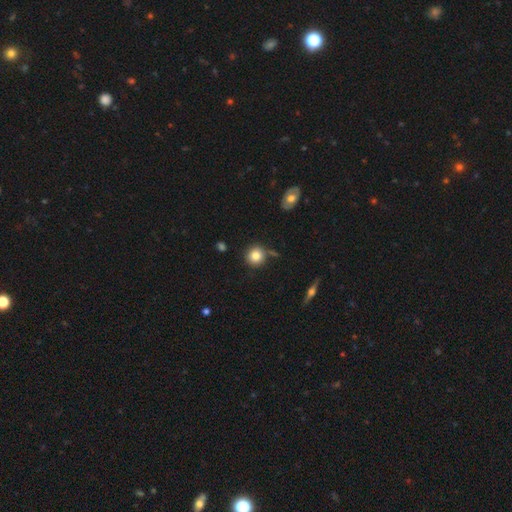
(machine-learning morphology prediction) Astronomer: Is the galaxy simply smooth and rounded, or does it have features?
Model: smooth — 82%.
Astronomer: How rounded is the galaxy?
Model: round — 92%.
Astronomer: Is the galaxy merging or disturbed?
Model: none — 81%.